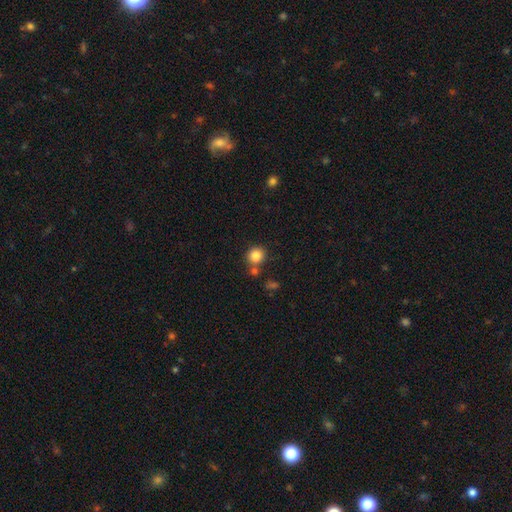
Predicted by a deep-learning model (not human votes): smooth_or_featured: smooth (p=0.85) [alt: star or artifact p=0.10]
how_rounded: round (p=0.88) [alt: in between p=0.11]
merging: none (p=0.70) [alt: merger p=0.17]